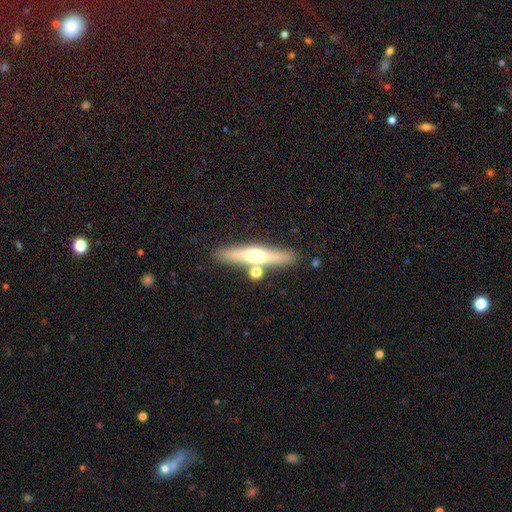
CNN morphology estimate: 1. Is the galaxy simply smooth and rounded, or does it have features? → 56% featured or disk, 37% smooth, 7% star or artifact.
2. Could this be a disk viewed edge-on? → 92% yes, 8% no.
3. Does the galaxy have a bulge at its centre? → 92% rounded, 5% none, 3% boxy.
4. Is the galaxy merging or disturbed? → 78% none, 10% merger, 9% minor disturbance, 3% major disturbance.